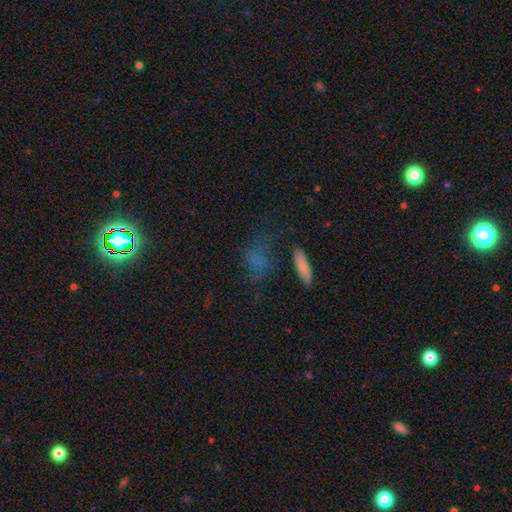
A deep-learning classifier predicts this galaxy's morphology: Smooth or featured? smooth (45%)
Merging? none (52%)